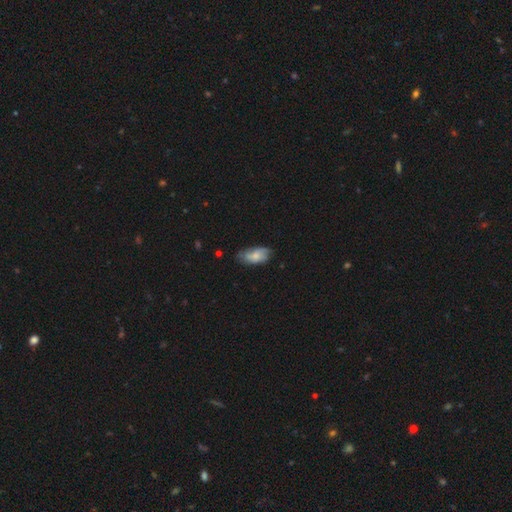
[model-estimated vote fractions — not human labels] Q: Smooth or featured?
A: smooth (61%); runner-up: featured or disk (32%)
Q: How rounded?
A: in between (90%); runner-up: cigar-shaped (6%)
Q: Merging?
A: none (57%); runner-up: minor disturbance (32%)